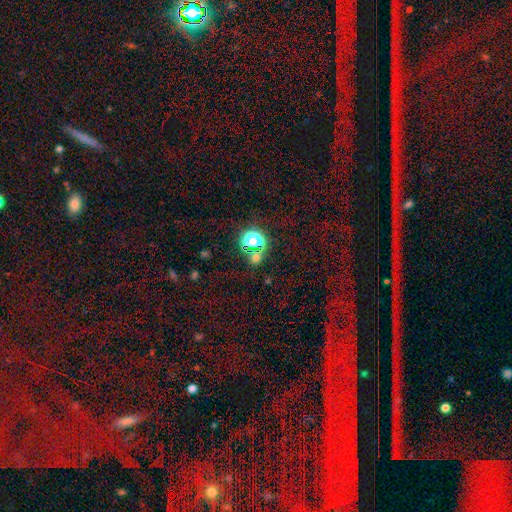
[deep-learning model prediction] Smooth or featured? Predicted: star or artifact (p=0.59).